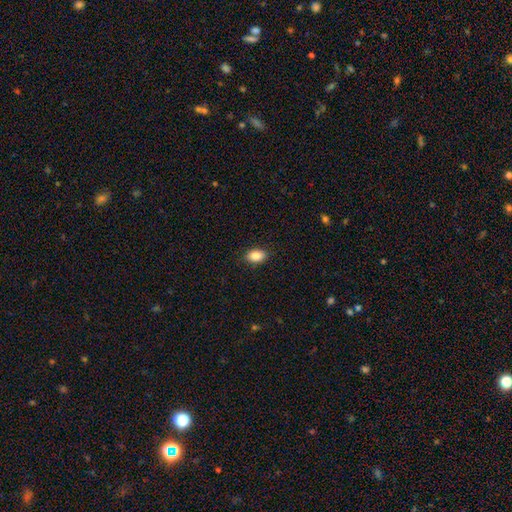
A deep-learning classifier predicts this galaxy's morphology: Smooth or featured? Predicted: smooth (p=0.87). How rounded? Predicted: in between (p=0.88). Merging? Predicted: none (p=0.89).